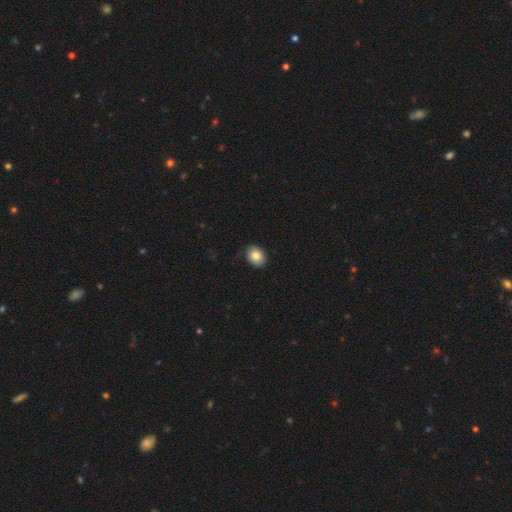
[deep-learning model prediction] This is clearly a smooth galaxy (83%). How rounded: possibly round (53%). Merging: clearly none (81%).